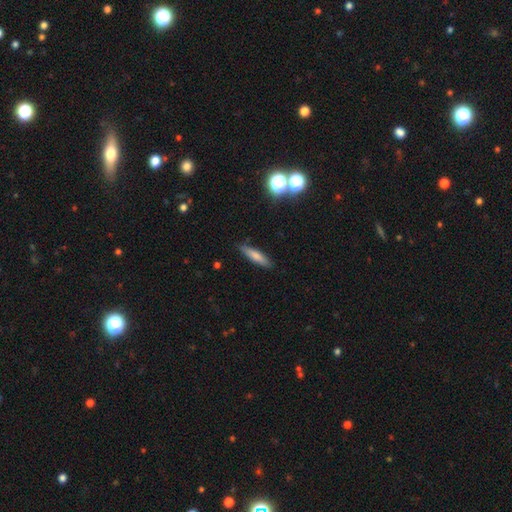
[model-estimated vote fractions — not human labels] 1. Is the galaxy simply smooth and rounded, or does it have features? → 73% smooth, 19% featured or disk, 8% star or artifact.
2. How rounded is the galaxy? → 81% cigar-shaped, 18% in between, 2% round.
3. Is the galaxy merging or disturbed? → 87% none, 10% minor disturbance, 2% major disturbance, 2% merger.